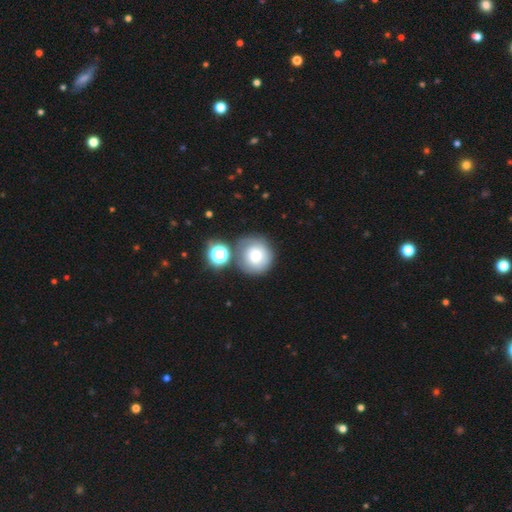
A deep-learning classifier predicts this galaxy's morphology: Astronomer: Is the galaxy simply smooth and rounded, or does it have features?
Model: smooth — 68%.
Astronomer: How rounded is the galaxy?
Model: round — 89%.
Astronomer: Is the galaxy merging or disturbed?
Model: none — 65%.